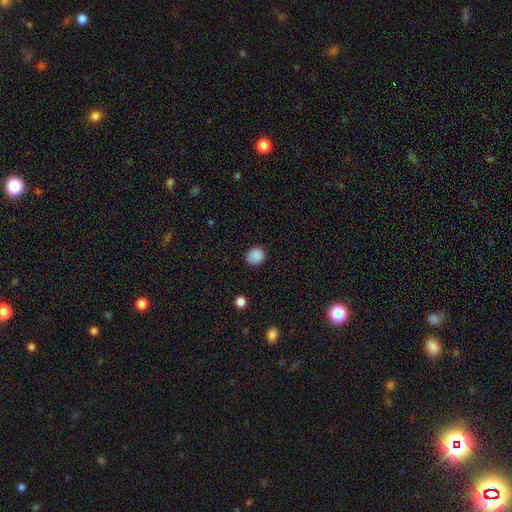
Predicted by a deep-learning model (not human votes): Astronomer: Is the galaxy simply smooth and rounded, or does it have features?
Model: smooth — 88%.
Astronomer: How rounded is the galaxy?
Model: round — 77%.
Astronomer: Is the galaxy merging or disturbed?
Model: none — 84%.